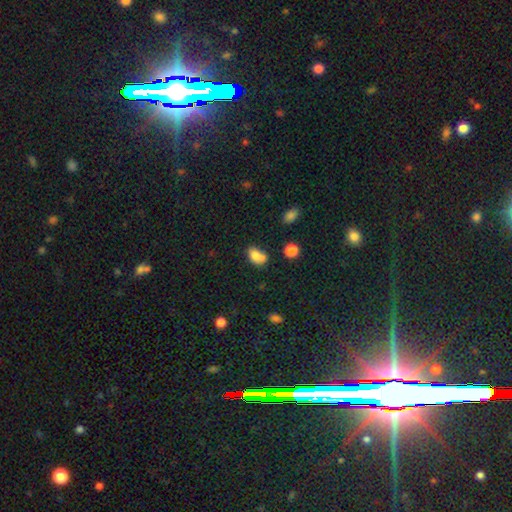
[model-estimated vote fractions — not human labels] Smooth or featured?
  - smooth: 80% *
  - star or artifact: 10%
  - featured or disk: 10%
How rounded?
  - in between: 82% *
  - round: 16%
  - cigar-shaped: 2%
Merging?
  - none: 43% *
  - minor disturbance: 26%
  - merger: 22%
  - major disturbance: 9%